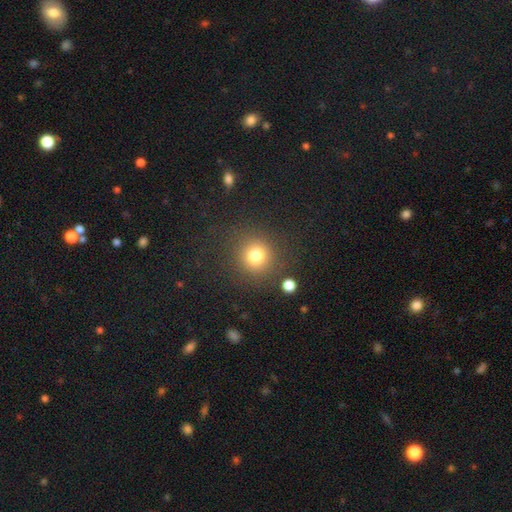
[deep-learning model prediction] Smooth or featured? Predicted: smooth (p=0.78). How rounded? Predicted: round (p=0.91). Merging? Predicted: none (p=0.85).